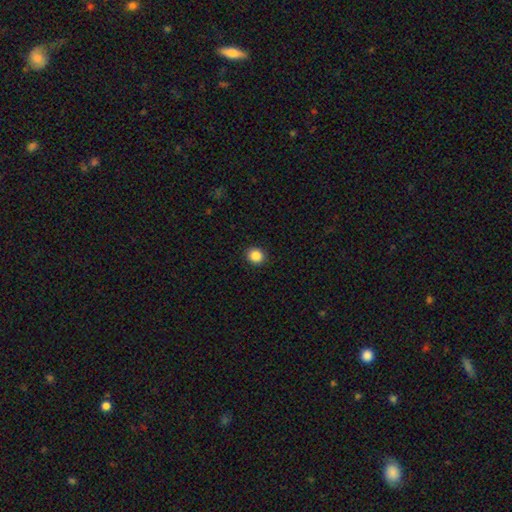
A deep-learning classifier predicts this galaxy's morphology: A smooth galaxy with no disk features (87%) that is round (84%).

Vote fractions:
- Smooth or featured? smooth: 87% / star or artifact: 10% / featured or disk: 3%
- How rounded? round: 84% / in between: 15% / cigar-shaped: 1%
- Merging? none: 92% / minor disturbance: 5% / major disturbance: 2% / merger: 1%